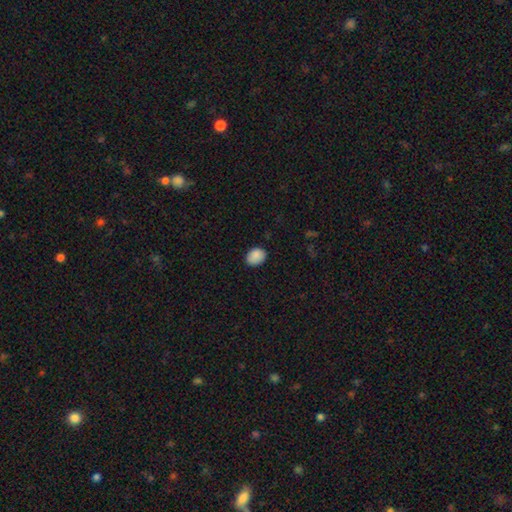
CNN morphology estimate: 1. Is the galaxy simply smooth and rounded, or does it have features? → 89% smooth, 8% star or artifact, 4% featured or disk.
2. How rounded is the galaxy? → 64% in between, 36% round, 1% cigar-shaped.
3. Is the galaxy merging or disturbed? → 83% none, 14% minor disturbance, 2% major disturbance, 1% merger.